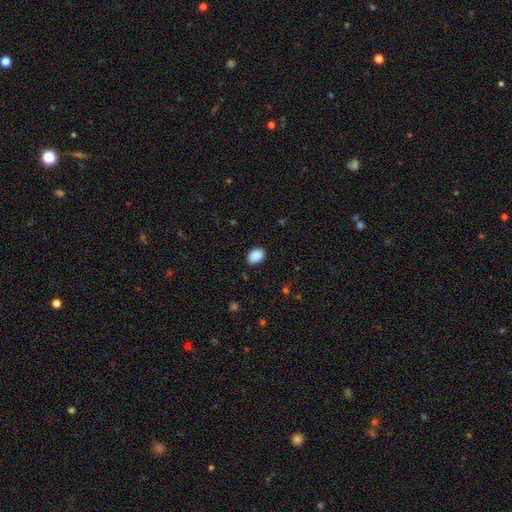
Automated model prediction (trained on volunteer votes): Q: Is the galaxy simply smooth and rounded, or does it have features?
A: smooth — 90%.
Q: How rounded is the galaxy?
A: in between — 81%.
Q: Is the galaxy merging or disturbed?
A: none — 87%.